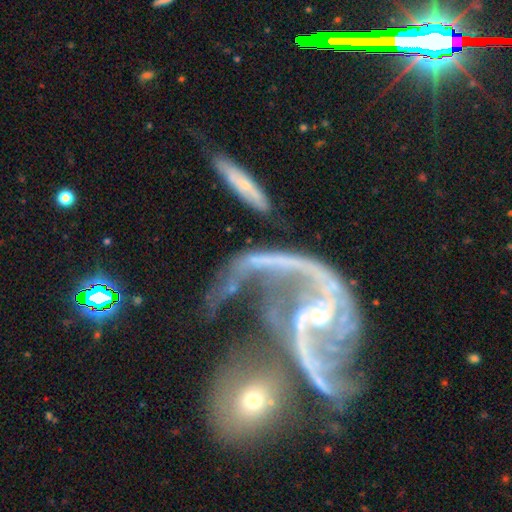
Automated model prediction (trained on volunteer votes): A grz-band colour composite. It shows a featured or disk galaxy (78%) with no bar (53%), 2 (65%) loose (65%) spiral arms (81%) and a small central bulge (68%). Merging: major disturbance (30%).